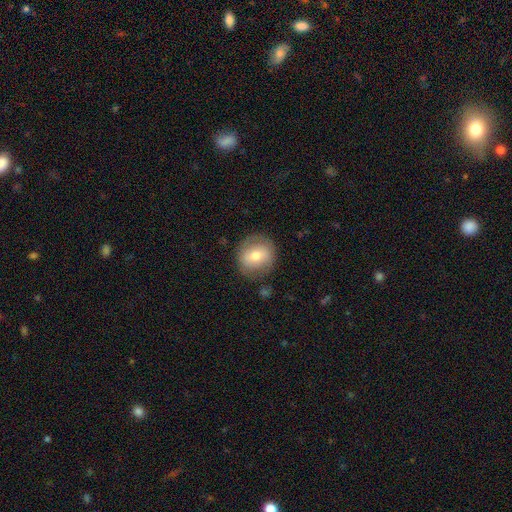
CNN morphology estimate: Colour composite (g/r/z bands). It shows a smooth galaxy with no disk features (63%) that is round (80%). Merging: none (79%).